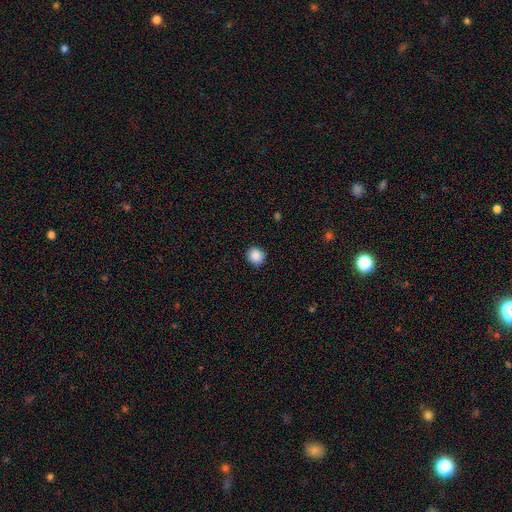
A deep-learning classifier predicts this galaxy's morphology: type=smooth (88%); roundness=round (86%); merging=none (90%).